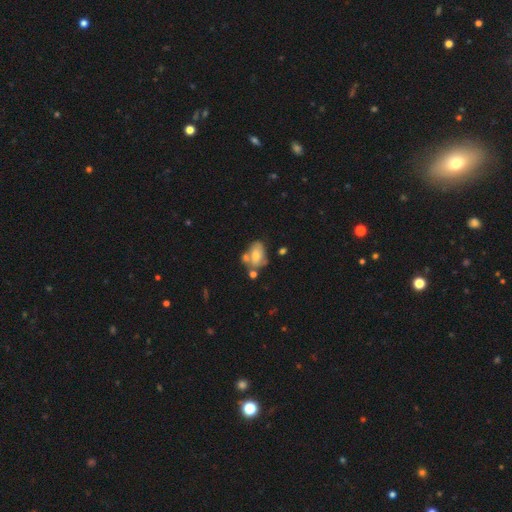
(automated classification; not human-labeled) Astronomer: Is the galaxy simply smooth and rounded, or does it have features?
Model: smooth — 60%.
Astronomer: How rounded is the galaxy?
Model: in between — 83%.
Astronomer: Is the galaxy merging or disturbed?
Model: none — 38% (runner-up: merger, 29%).